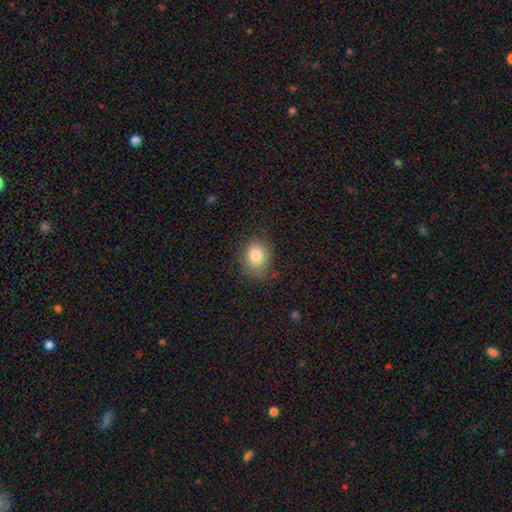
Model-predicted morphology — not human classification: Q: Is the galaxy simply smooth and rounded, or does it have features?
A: smooth — 83%.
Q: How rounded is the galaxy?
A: round — 50%.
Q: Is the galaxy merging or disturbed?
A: none — 71%.